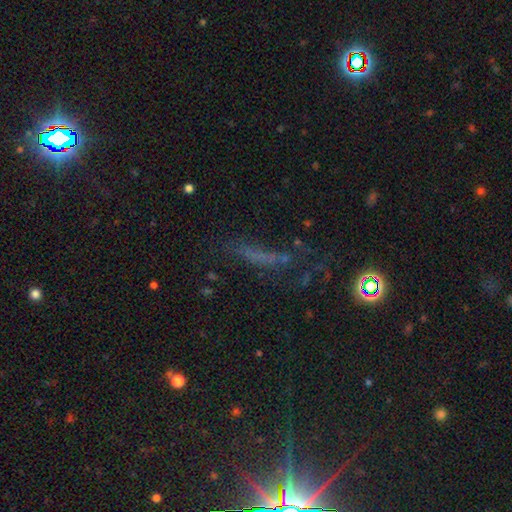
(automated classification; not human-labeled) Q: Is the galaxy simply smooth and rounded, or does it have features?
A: smooth — 40%.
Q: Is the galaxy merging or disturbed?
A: none — 48%.